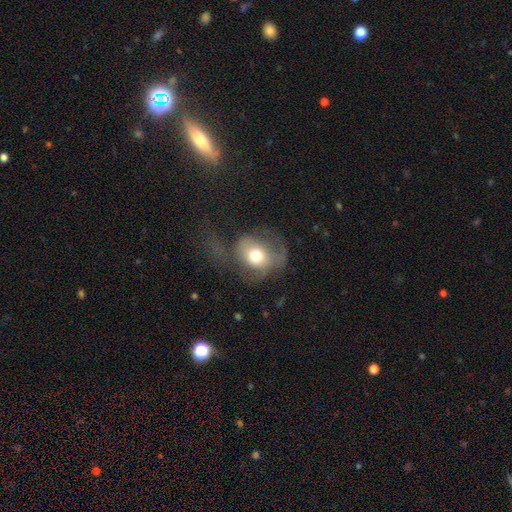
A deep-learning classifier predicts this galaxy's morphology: Overall: smooth (58%; featured or disk 32%). How rounded: round (55%; in between 44%). Merging: major disturbance (52%; none 25%).